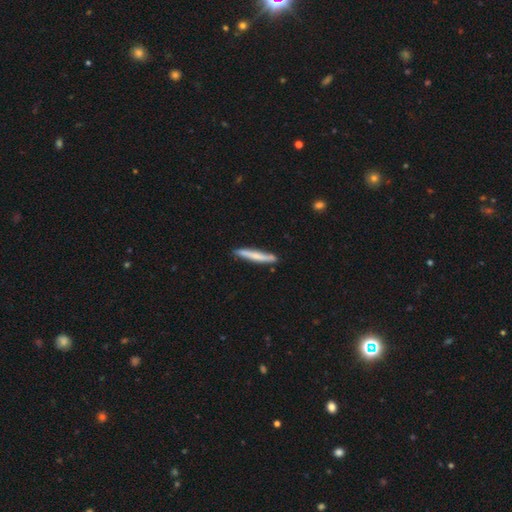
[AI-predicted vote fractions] Overall: smooth (64%; featured or disk 31%). How rounded: cigar-shaped (95%). Merging: none (87%).